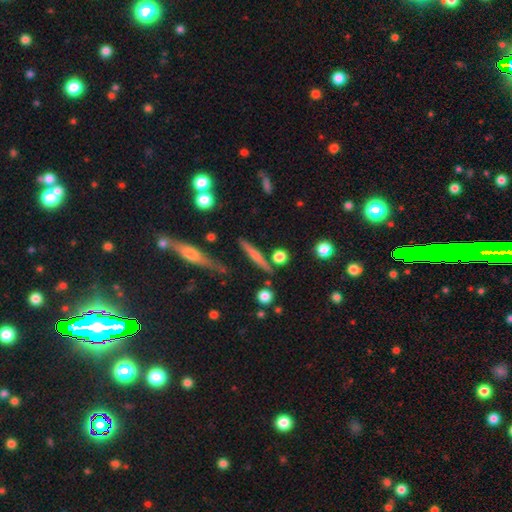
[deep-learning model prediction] Smooth or featured? Predicted: smooth (p=0.48). Merging? Predicted: none (p=0.79).